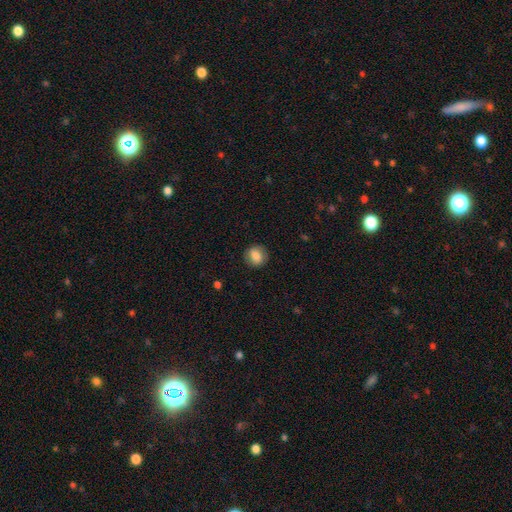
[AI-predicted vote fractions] Smooth or featured? Predicted: smooth (p=0.80). How rounded? Predicted: round (p=0.71). Merging? Predicted: none (p=0.85).